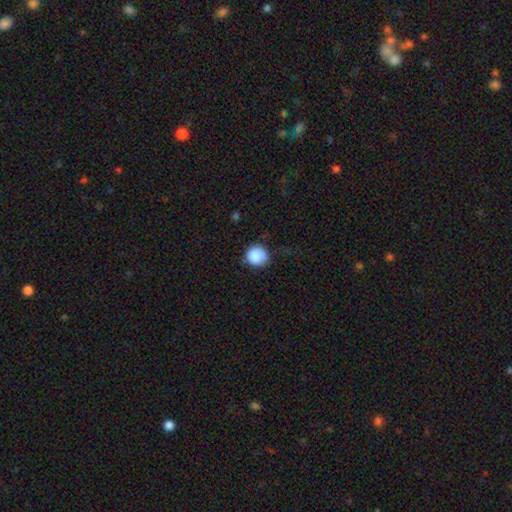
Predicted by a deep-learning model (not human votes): A smooth galaxy with no disk features (88%) that is round (91%). Merging: none (75%).